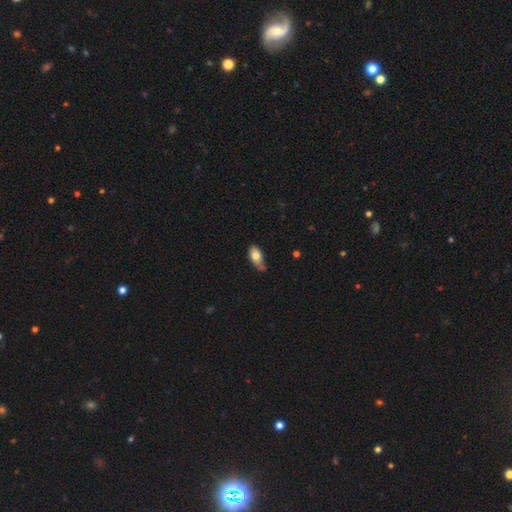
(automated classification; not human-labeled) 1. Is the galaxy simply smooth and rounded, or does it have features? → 73% smooth, 20% featured or disk, 7% star or artifact.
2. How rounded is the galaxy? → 86% in between, 8% cigar-shaped, 5% round.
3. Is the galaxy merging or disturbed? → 44% none, 38% minor disturbance, 11% major disturbance, 7% merger.